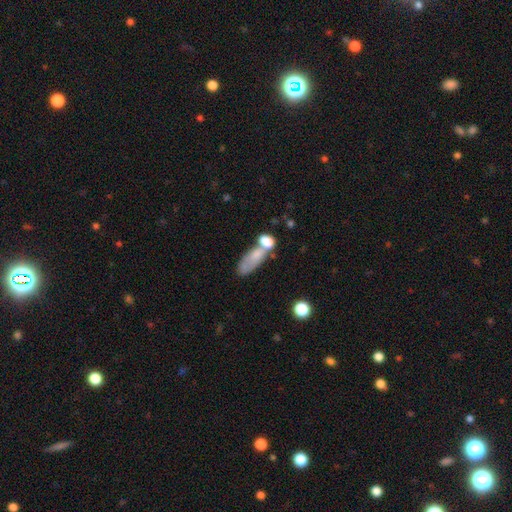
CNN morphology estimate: A smooth galaxy with no disk features (67%) that is in between round and cigar-shaped (75%).

Vote fractions:
- Smooth or featured? smooth: 67% / featured or disk: 23% / star or artifact: 10%
- How rounded? in between: 75% / cigar-shaped: 18% / round: 7%
- Merging? merger: 42% / none: 28% / minor disturbance: 15% / major disturbance: 15%